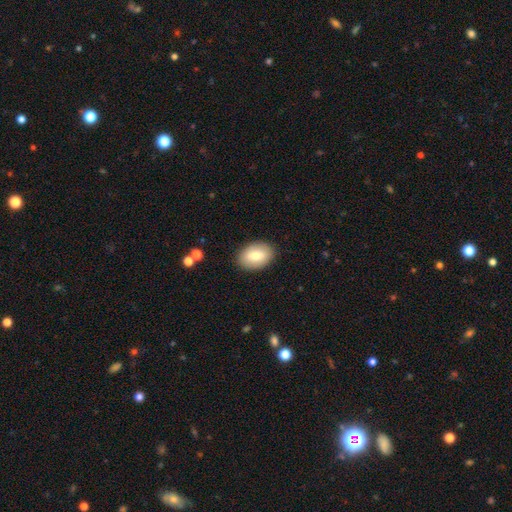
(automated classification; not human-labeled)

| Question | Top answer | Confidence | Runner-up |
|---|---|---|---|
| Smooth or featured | smooth | 75% | featured or disk (18%) |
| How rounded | in between | 87% | round (12%) |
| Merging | none | 88% | minor disturbance (9%) |